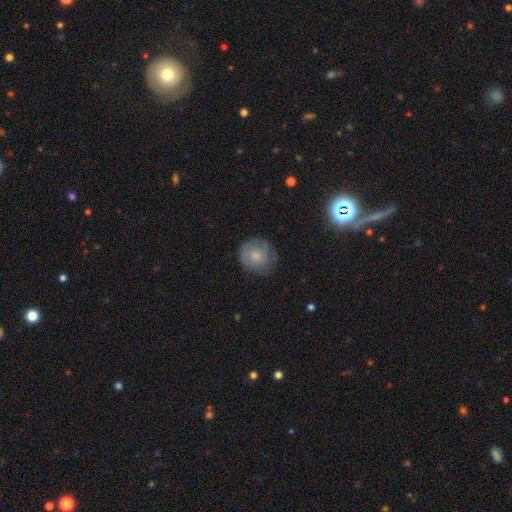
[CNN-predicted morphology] type=smooth (72%); roundness=round (91%); merging=none (75%).